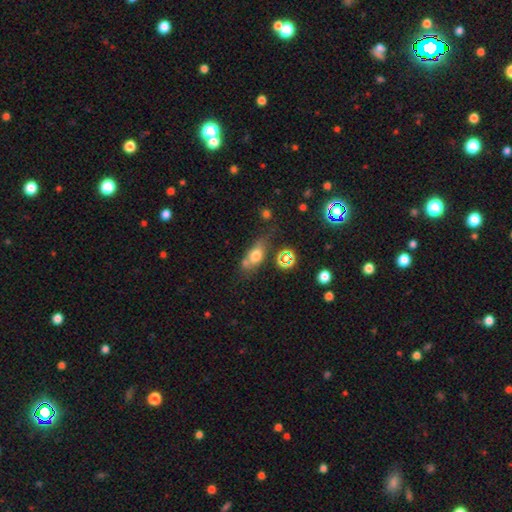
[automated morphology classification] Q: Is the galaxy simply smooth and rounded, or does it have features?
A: smooth — 65%.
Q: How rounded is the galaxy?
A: in between — 69%.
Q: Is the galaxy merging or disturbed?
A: none — 47%.